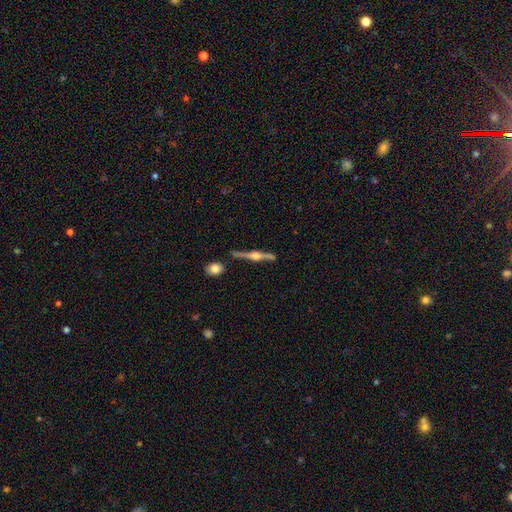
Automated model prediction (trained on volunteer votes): A featured or disk galaxy (82%) viewed edge-on (97%) with a rounded central bulge (93%).

Vote fractions:
- Smooth or featured? featured or disk: 82% / smooth: 13% / star or artifact: 6%
- Edge-on disk? yes: 97% / no: 3%
- Edge-on bulge? rounded: 93% / boxy: 5% / none: 2%
- Merging? none: 77% / minor disturbance: 12% / merger: 7% / major disturbance: 3%